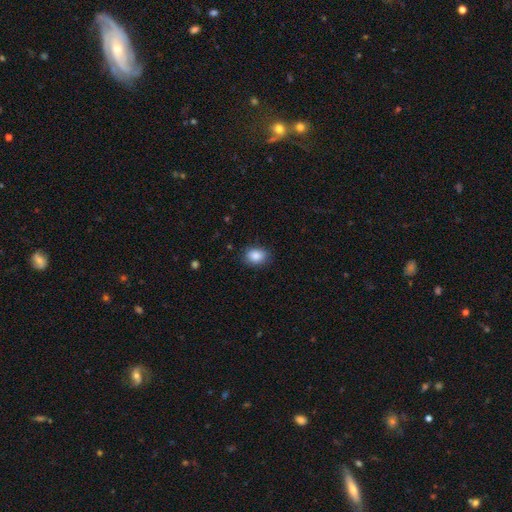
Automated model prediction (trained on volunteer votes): Smooth or featured? smooth (87%)
How rounded? in between (63%)
Merging? none (83%)